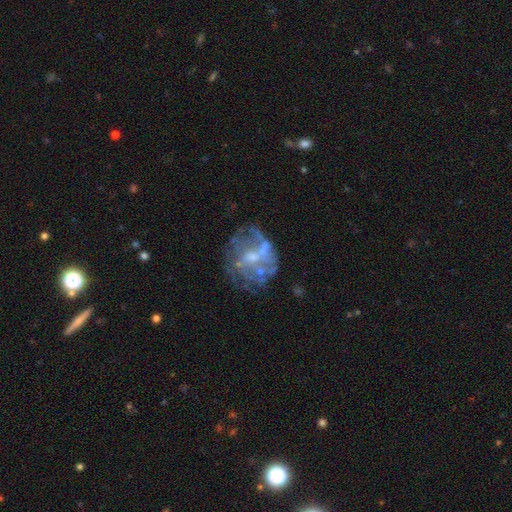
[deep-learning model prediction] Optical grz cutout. It shows a featured or disk galaxy (72%) with no bar (57%), no spiral arms (56%) and a small central bulge (46%). Merging: none (51%).